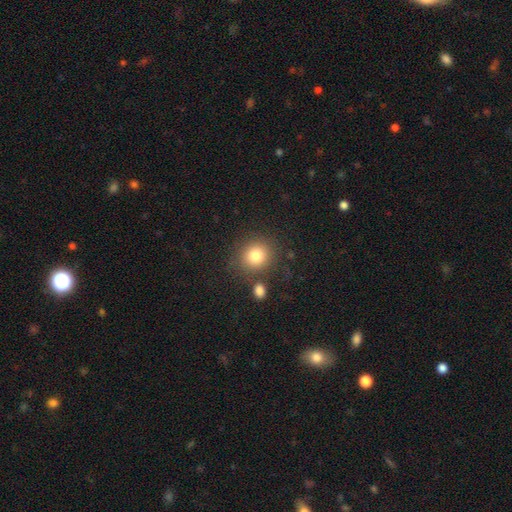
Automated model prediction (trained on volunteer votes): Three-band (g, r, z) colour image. It shows a smooth galaxy with no disk features (81%) that is round (85%). Merging: none (79%).